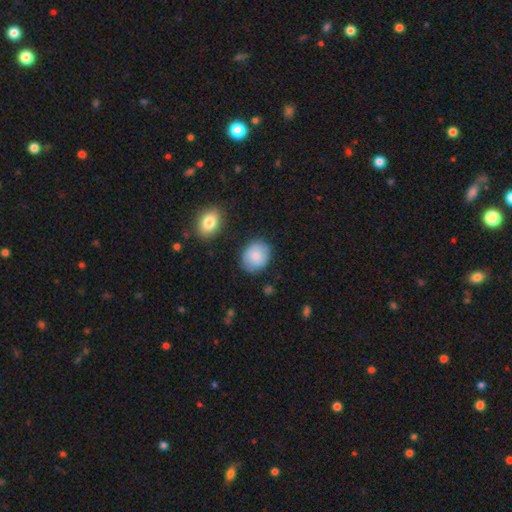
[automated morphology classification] Smooth or featured: smooth — 84% (featured or disk — 9%)
How rounded: round — 66% (in between — 33%)
Merging: none — 81% (minor disturbance — 14%)